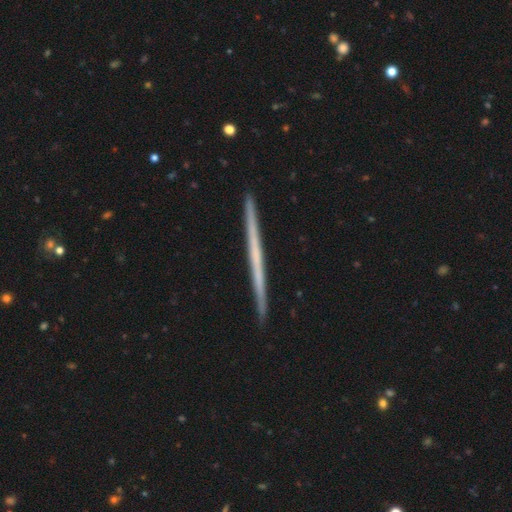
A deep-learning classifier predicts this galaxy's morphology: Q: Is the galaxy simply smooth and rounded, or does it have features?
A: featured or disk — 62%.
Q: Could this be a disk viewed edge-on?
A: yes — 98%.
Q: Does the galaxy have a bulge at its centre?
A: none — 91%.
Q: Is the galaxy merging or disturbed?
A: none — 92%.